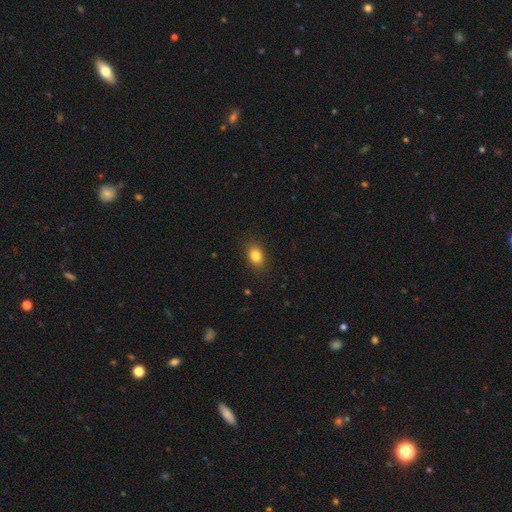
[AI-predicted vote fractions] Smooth or featured? Predicted: smooth (p=0.83). How rounded? Predicted: in between (p=0.71). Merging? Predicted: none (p=0.87).